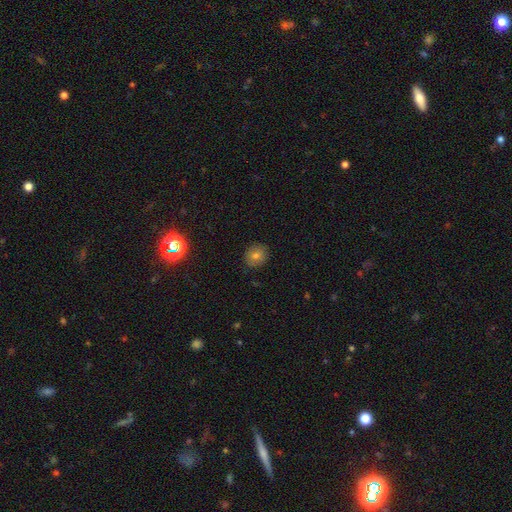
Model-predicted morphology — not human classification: smooth-or-featured: smooth: 73% | star or artifact: 15% | featured or disk: 12%
  how-rounded: round: 78% | in between: 21% | cigar-shaped: 1%
  merging: none: 87% | minor disturbance: 9% | major disturbance: 2% | merger: 1%